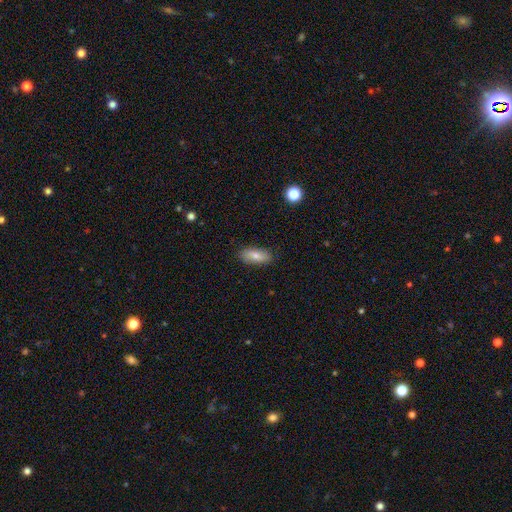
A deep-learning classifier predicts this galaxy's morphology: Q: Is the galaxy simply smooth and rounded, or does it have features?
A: smooth — 72%.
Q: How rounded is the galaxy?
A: in between — 80%.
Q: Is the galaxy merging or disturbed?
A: none — 86%.